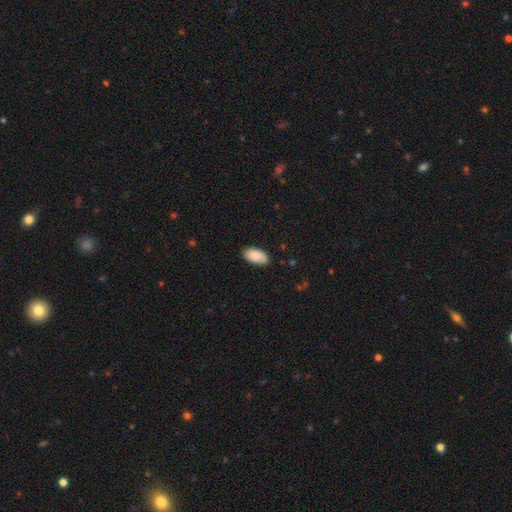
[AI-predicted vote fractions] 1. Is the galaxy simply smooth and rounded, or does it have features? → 82% smooth, 12% featured or disk, 6% star or artifact.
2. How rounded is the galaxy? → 95% in between, 3% cigar-shaped, 2% round.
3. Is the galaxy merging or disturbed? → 82% none, 15% minor disturbance, 2% major disturbance, 1% merger.